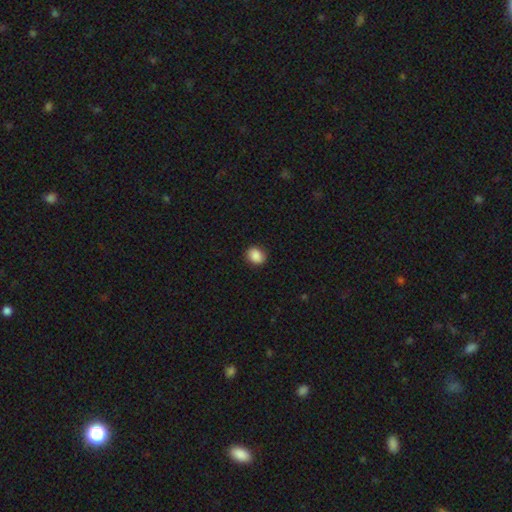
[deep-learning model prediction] A smooth galaxy with no disk features (86%) that is round (60%). Merging: none (86%).